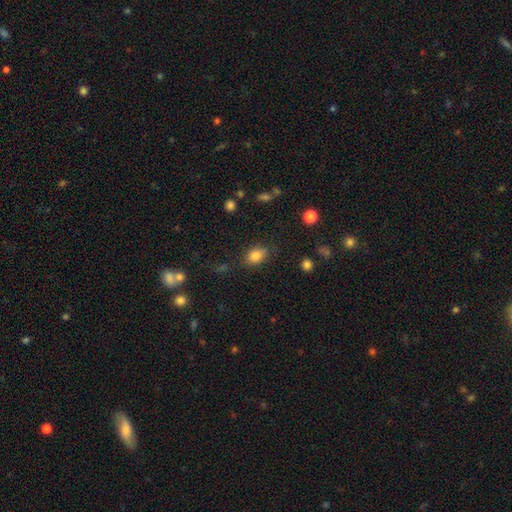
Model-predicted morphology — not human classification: Q: Smooth or featured?
A: smooth (83%); runner-up: star or artifact (10%)
Q: How rounded?
A: in between (77%); runner-up: round (22%)
Q: Merging?
A: none (78%); runner-up: minor disturbance (15%)